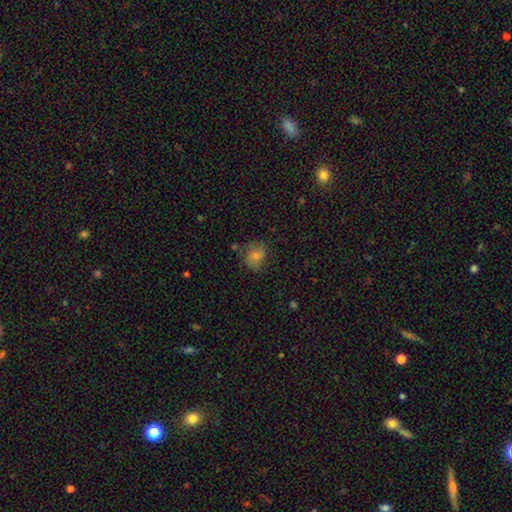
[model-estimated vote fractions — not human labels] Overall: smooth (60%; featured or disk 23%). How rounded: round (58%; in between 40%). Merging: none (67%).